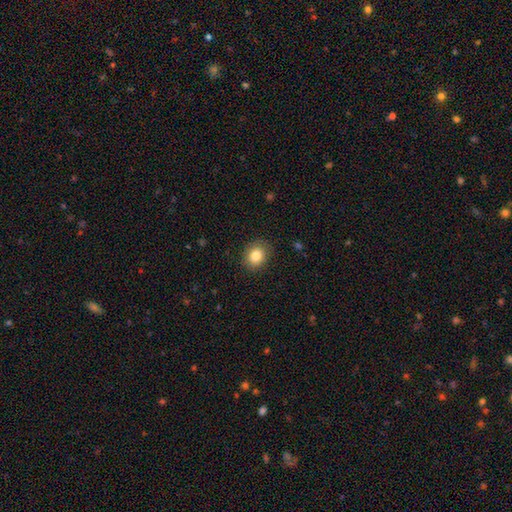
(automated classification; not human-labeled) This is clearly a smooth galaxy (83%). How rounded: possibly round (57%). Merging: clearly none (86%).